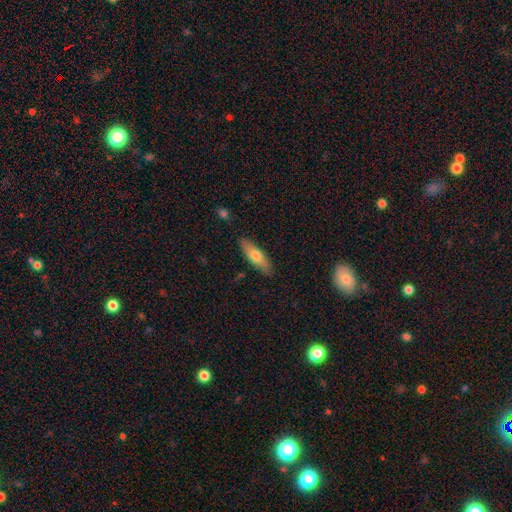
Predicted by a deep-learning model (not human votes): Smooth or featured? Predicted: smooth (p=0.68). How rounded? Predicted: in between (p=0.58). Merging? Predicted: none (p=0.86).